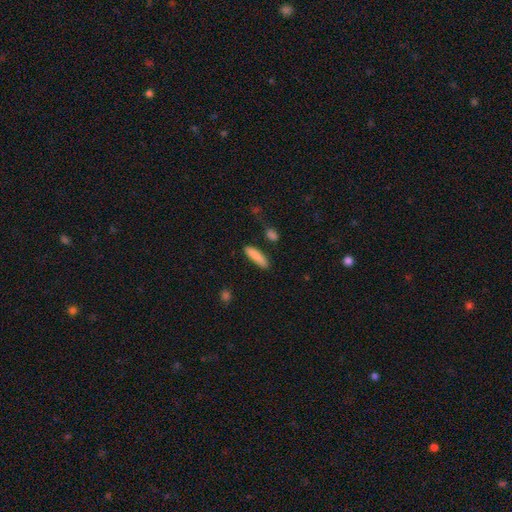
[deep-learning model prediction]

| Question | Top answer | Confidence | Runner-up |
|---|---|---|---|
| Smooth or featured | smooth | 86% | featured or disk (7%) |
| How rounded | cigar-shaped | 79% | in between (20%) |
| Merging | none | 83% | minor disturbance (11%) |